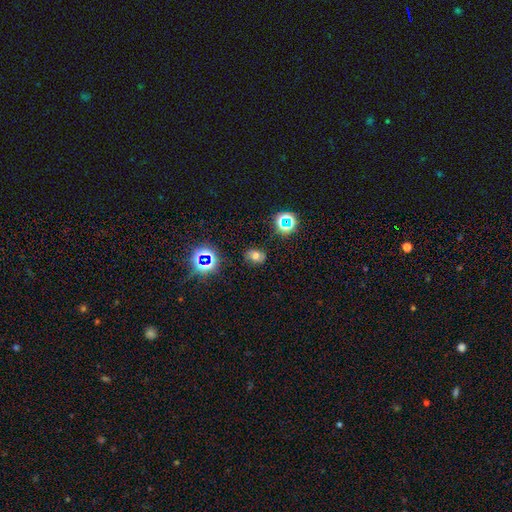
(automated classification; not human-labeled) Smooth or featured?
  - smooth: 60% *
  - star or artifact: 27%
  - featured or disk: 13%
How rounded?
  - in between: 56% *
  - round: 43%
  - cigar-shaped: 1%
Merging?
  - none: 80% *
  - minor disturbance: 14%
  - major disturbance: 4%
  - merger: 2%